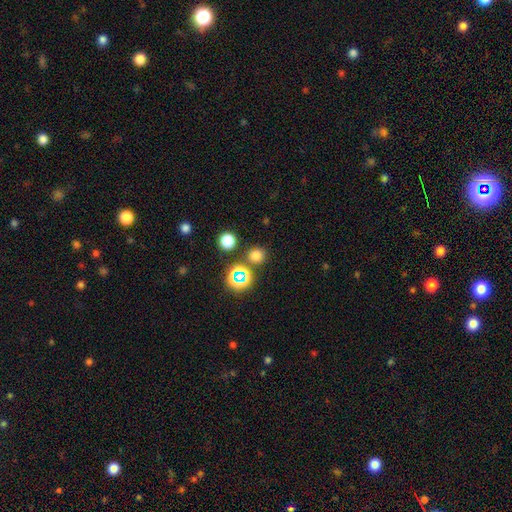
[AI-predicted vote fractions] smooth_or_featured: smooth (p=0.70) [alt: star or artifact p=0.25]
how_rounded: round (p=0.90) [alt: in between p=0.09]
merging: none (p=0.81) [alt: merger p=0.09]